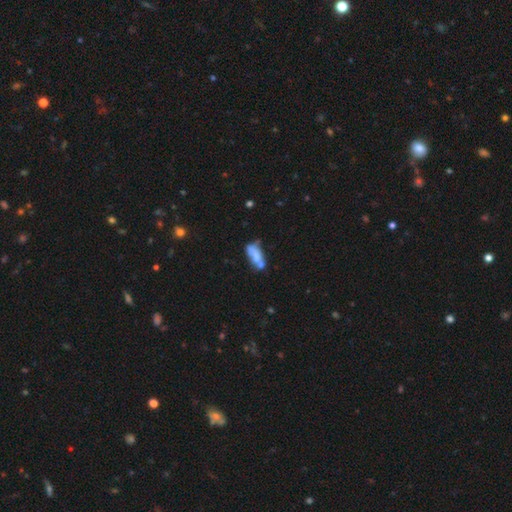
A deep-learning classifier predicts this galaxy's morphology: Smooth or featured: smooth — 62% (featured or disk — 29%)
How rounded: in between — 74% (cigar-shaped — 23%)
Merging: none — 32% (tied with merger — 32%)